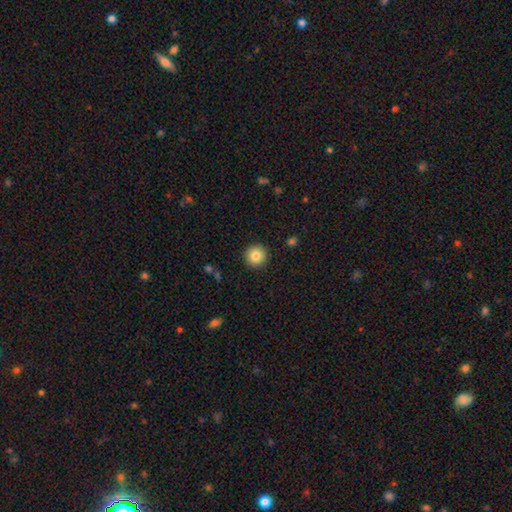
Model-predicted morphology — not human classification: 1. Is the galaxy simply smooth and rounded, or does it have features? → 84% smooth, 9% star or artifact, 7% featured or disk.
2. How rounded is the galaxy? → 95% round, 4% in between, 1% cigar-shaped.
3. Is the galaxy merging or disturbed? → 92% none, 5% minor disturbance, 2% major disturbance, 1% merger.